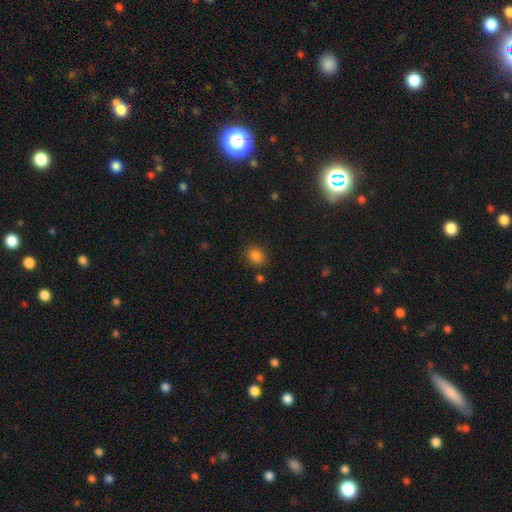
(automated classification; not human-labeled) smooth-or-featured: smooth: 84% | star or artifact: 12% | featured or disk: 4%
  how-rounded: round: 61% | in between: 38% | cigar-shaped: 1%
  merging: none: 81% | minor disturbance: 12% | merger: 4% | major disturbance: 3%